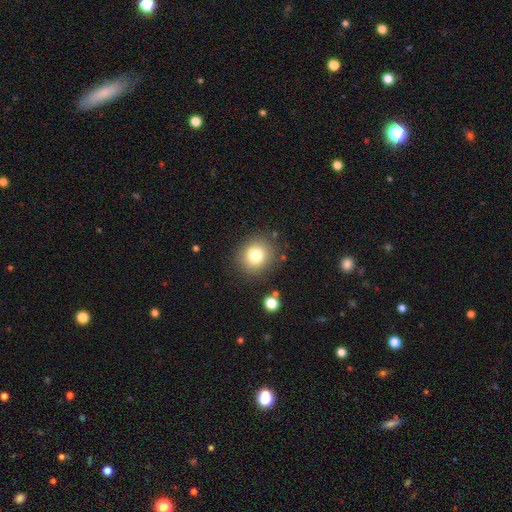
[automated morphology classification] This appears to be a smooth galaxy with no disk features (78%) that is round (85%). Merging: none (84%).